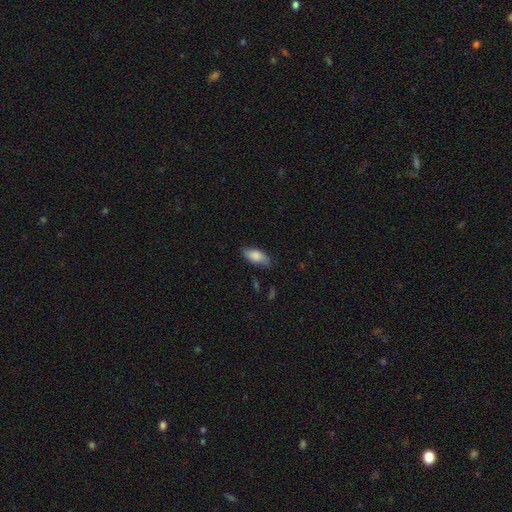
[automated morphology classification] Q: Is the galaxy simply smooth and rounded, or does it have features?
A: smooth — 79%.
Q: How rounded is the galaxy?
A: in between — 86%.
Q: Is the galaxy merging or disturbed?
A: none — 75%.